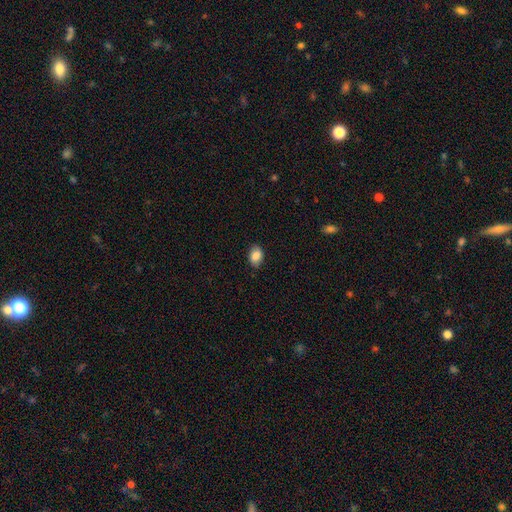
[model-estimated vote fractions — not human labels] Smooth or featured: smooth — 84% (star or artifact — 8%)
How rounded: in between — 80% (round — 19%)
Merging: none — 84% (minor disturbance — 13%)